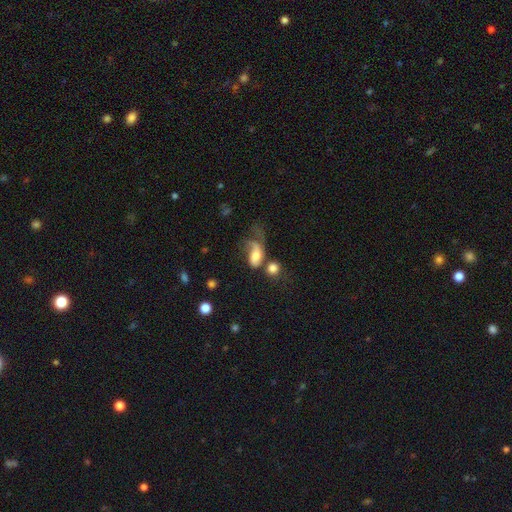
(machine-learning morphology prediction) smooth-or-featured: smooth: 53% | featured or disk: 38% | star or artifact: 9%
  how-rounded: in between: 81% | round: 13% | cigar-shaped: 6%
  merging: major disturbance: 42% | merger: 24% | none: 19% | minor disturbance: 16%